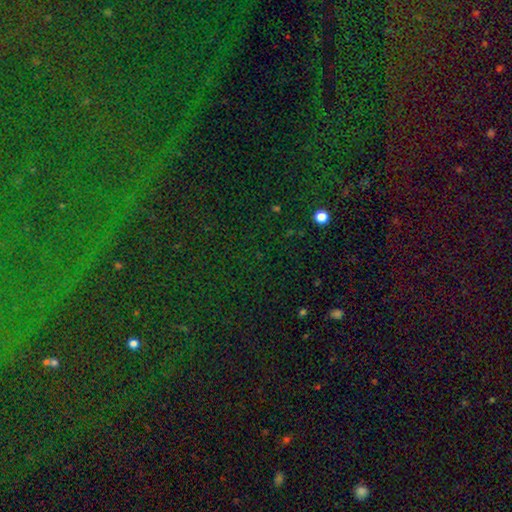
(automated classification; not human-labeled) Smooth or featured? star or artifact (82%)